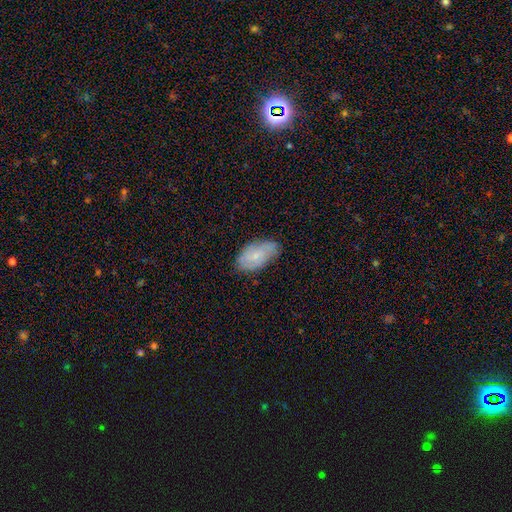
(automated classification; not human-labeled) Overall: smooth (49%; featured or disk 44%). Merging: none (71%).